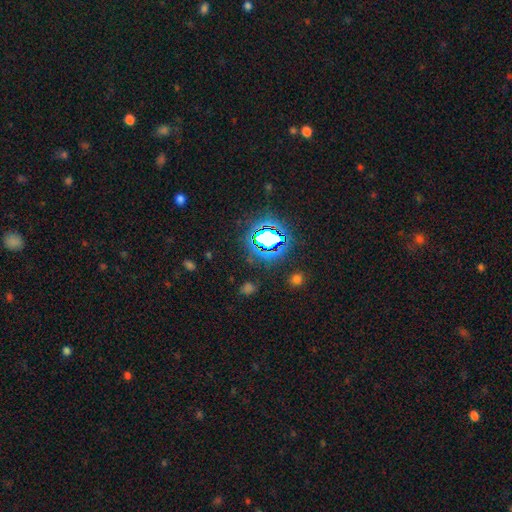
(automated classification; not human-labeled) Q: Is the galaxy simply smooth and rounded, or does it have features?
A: star or artifact — 79%.